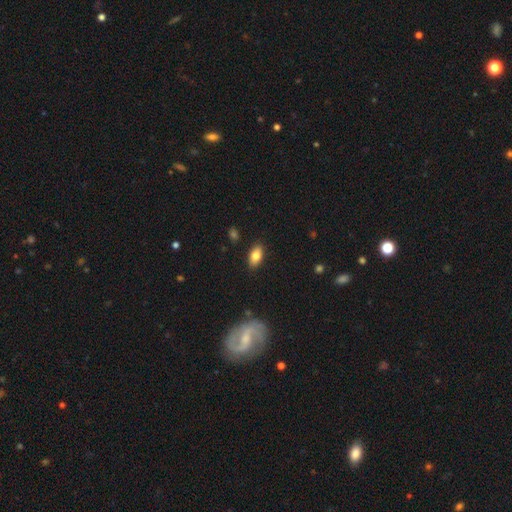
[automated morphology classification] Smooth or featured?
  - smooth: 80% *
  - featured or disk: 12%
  - star or artifact: 8%
How rounded?
  - in between: 90% *
  - cigar-shaped: 6%
  - round: 4%
Merging?
  - none: 88% *
  - minor disturbance: 9%
  - major disturbance: 2%
  - merger: 1%